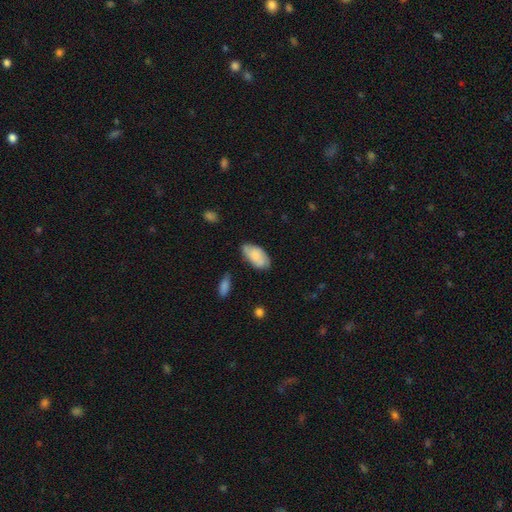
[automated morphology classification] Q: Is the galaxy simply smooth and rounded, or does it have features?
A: smooth — 76%.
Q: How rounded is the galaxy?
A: in between — 93%.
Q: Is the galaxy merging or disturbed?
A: none — 70%.